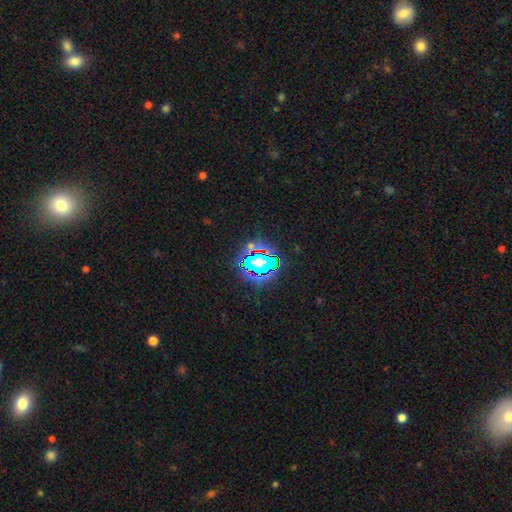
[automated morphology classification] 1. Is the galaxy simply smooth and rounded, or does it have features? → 76% star or artifact, 15% smooth, 9% featured or disk.